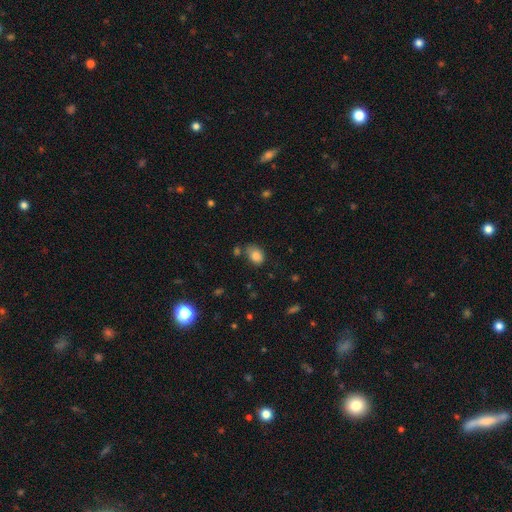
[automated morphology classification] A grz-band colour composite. It shows a smooth galaxy with no disk features (83%) that is in between round and cigar-shaped (76%). Merging: none (62%).